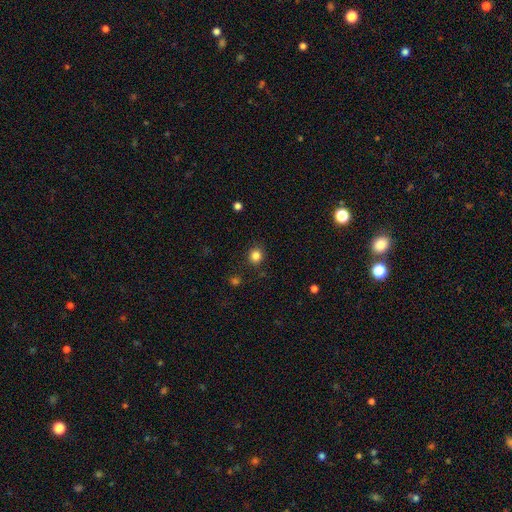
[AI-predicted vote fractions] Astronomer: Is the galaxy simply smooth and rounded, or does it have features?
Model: smooth — 84%.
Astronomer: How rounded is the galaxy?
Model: round — 87%.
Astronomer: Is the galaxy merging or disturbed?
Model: none — 88%.